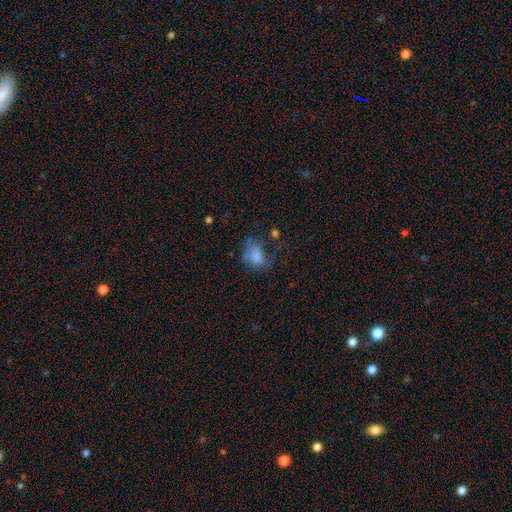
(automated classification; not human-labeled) This is likely a smooth galaxy (66%). How rounded: likely in between (77%). Merging: marginally major disturbance (37%).